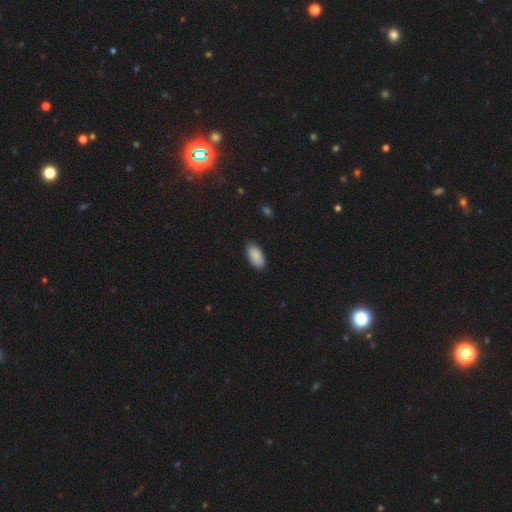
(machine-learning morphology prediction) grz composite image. It shows a smooth galaxy with no disk features (89%) that is in between round and cigar-shaped (94%). Merging: none (85%).